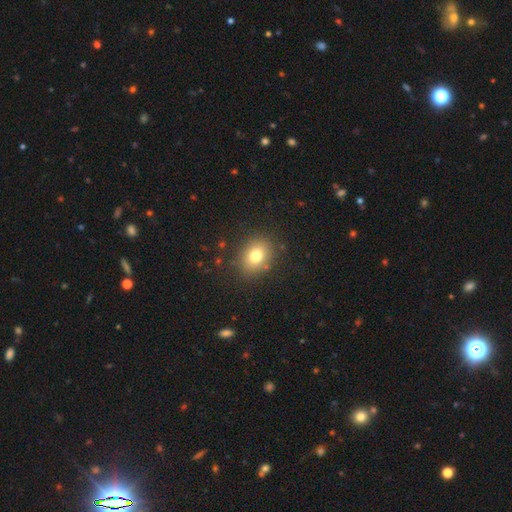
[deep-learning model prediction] smooth_or_featured: smooth (p=0.76) [alt: star or artifact p=0.12]
how_rounded: in between (p=0.51) [alt: round p=0.48]
merging: none (p=0.84) [alt: minor disturbance p=0.10]